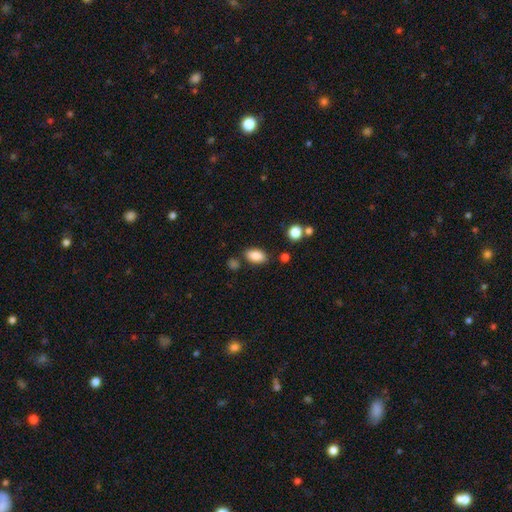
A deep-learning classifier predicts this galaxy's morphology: A smooth galaxy with no disk features (86%) that is in between round and cigar-shaped (91%).

Vote fractions:
- Smooth or featured? smooth: 86% / star or artifact: 9% / featured or disk: 5%
- How rounded? in between: 91% / round: 6% / cigar-shaped: 3%
- Merging? none: 80% / minor disturbance: 12% / merger: 5% / major disturbance: 3%